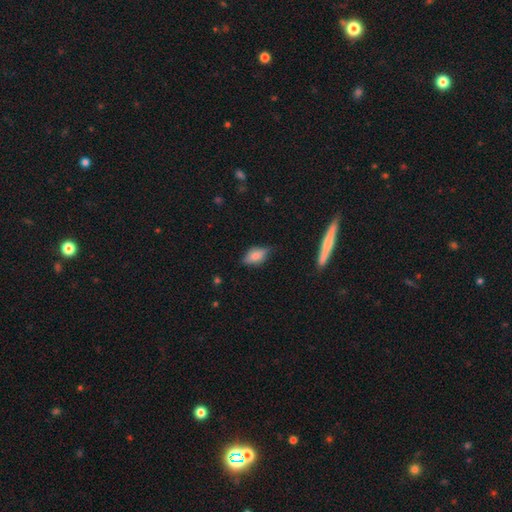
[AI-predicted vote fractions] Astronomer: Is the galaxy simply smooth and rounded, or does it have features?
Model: smooth — 71%.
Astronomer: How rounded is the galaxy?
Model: in between — 84%.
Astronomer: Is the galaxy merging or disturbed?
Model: none — 71%.